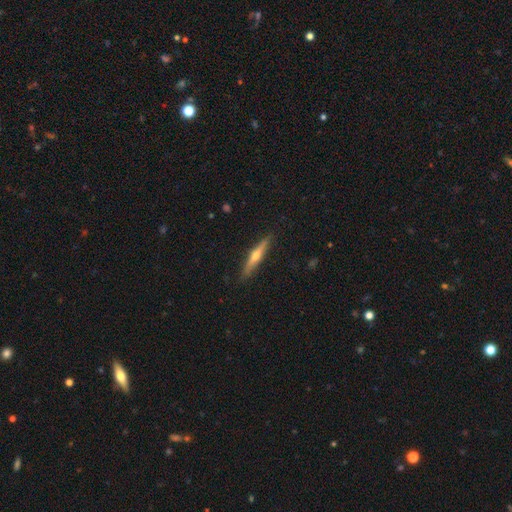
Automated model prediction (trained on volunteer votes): The model was most divided on "smooth or featured": featured or disk: 61%, smooth: 33%, star or artifact: 6%. More confident: edge-on disk — yes (96%); merging — none (89%); edge-on bulge — rounded (87%).